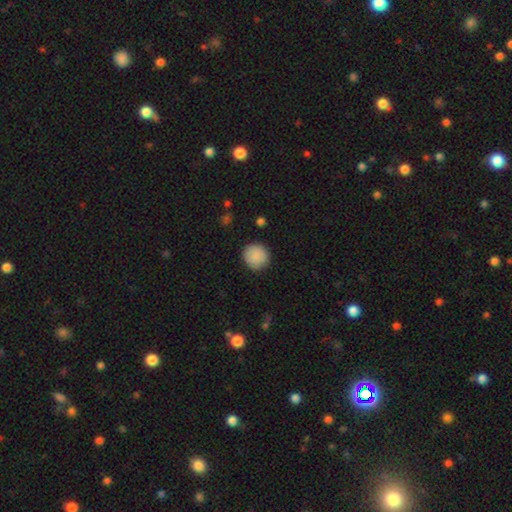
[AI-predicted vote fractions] A smooth galaxy with no disk features (89%) that is round (93%).

Vote fractions:
- Smooth or featured? smooth: 89% / star or artifact: 7% / featured or disk: 4%
- How rounded? round: 93% / in between: 6% / cigar-shaped: 1%
- Merging? none: 89% / minor disturbance: 8% / major disturbance: 2% / merger: 1%